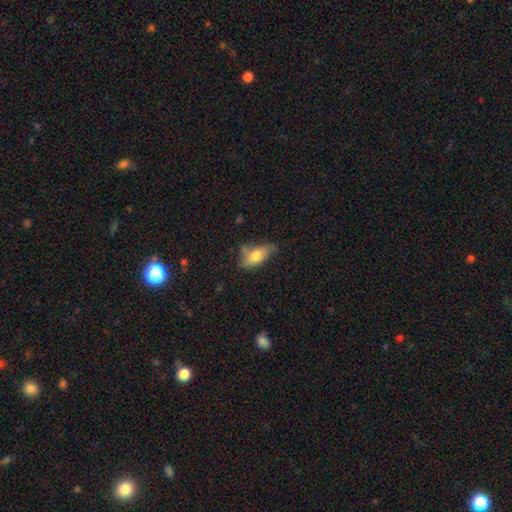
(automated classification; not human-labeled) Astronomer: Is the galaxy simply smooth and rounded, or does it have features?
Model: smooth — 70%.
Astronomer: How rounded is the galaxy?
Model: in between — 86%.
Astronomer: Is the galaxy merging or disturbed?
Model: none — 43% (runner-up: minor disturbance, 36%).